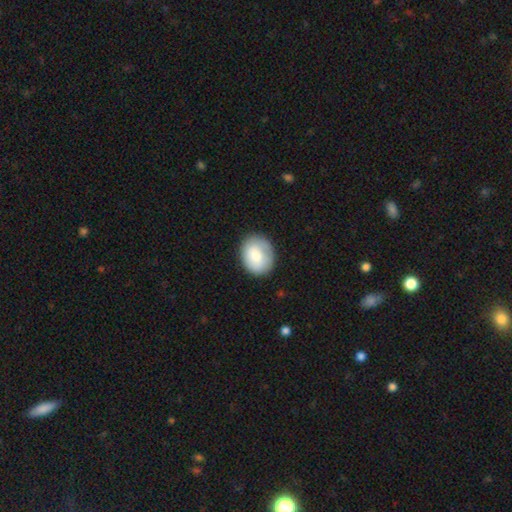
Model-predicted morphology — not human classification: This appears to be a smooth galaxy with no disk features (77%) that is round (50%). Merging: none (81%).